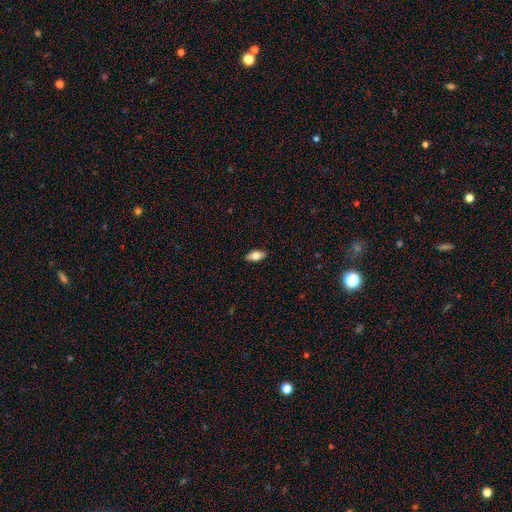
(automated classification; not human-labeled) Q: Smooth or featured?
A: smooth (74%); runner-up: featured or disk (19%)
Q: How rounded?
A: in between (88%); runner-up: cigar-shaped (9%)
Q: Merging?
A: none (89%); runner-up: minor disturbance (8%)